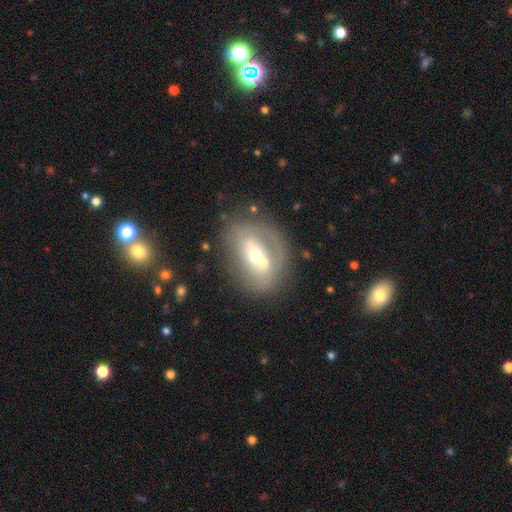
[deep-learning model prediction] A featured or disk galaxy (55%) with no bar (66%), no spiral arms (76%) and a moderate central bulge (58%). Merging: none (46%).